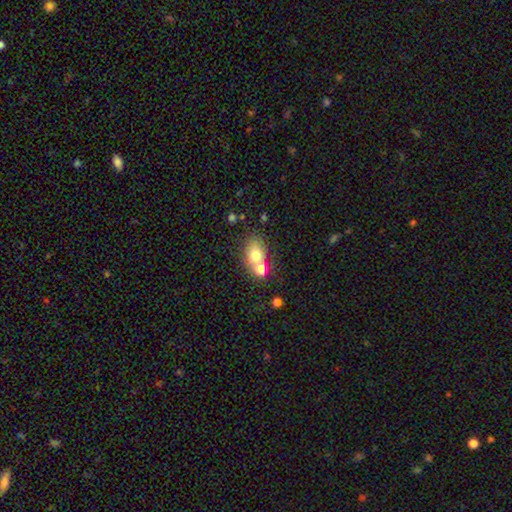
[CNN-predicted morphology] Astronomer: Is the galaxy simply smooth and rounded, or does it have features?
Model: smooth — 72%.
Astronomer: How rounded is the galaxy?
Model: in between — 60% (runner-up: round, 39%).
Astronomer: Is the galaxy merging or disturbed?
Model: none — 52% (runner-up: merger, 30%).